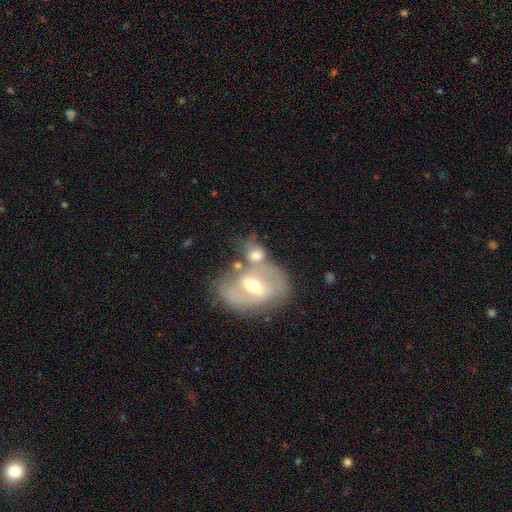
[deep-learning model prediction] featured or disk 56%, smooth 36%, star or artifact 8%. Down the decision tree: edge-on disk — no (90%); bar — weak (39%); spiral arms — no (53%); bulge size — moderate (64%); merging — merger (45%).